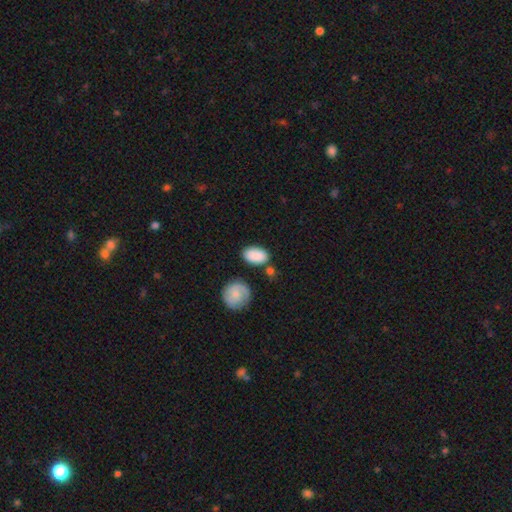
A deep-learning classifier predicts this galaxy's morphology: A smooth galaxy with no disk features (86%) that is in between round and cigar-shaped (87%). Merging: none (72%).